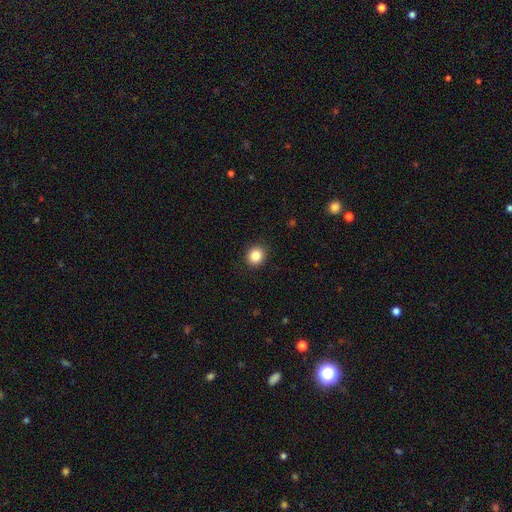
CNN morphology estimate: Smooth or featured? Predicted: smooth (p=0.84). How rounded? Predicted: round (p=0.83). Merging? Predicted: none (p=0.91).